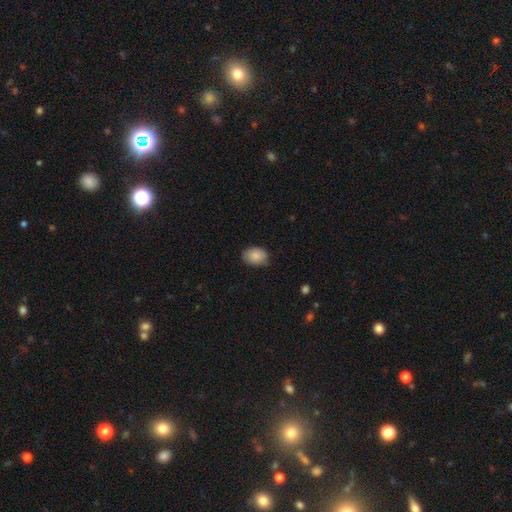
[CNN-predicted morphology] Smooth or featured?
  - smooth: 87% *
  - star or artifact: 7%
  - featured or disk: 6%
How rounded?
  - in between: 74% *
  - round: 25%
  - cigar-shaped: 1%
Merging?
  - none: 76% *
  - minor disturbance: 20%
  - major disturbance: 3%
  - merger: 1%